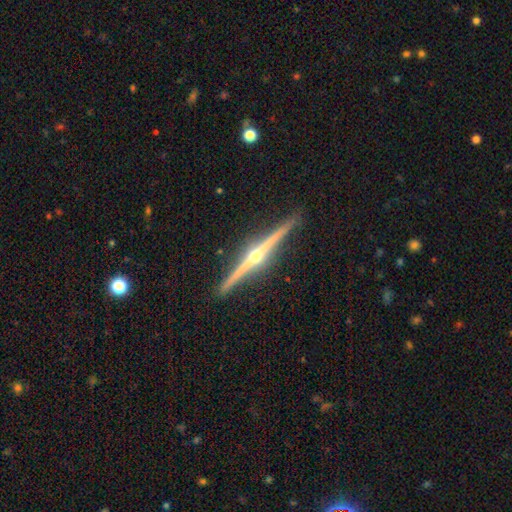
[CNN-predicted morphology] This is clearly a featured or disk galaxy (90%). It is clearly viewed edge-on (99%). Edge-on bulge: clearly rounded (95%). Merging: clearly none (92%).